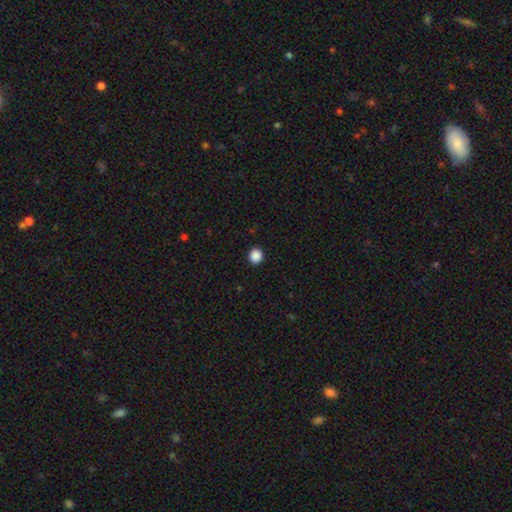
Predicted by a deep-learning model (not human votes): Q: Smooth or featured?
A: smooth (88%); runner-up: star or artifact (10%)
Q: How rounded?
A: round (92%); runner-up: in between (7%)
Q: Merging?
A: none (93%); runner-up: minor disturbance (5%)